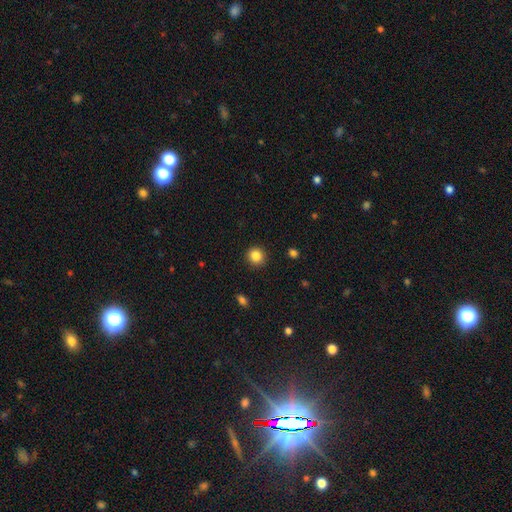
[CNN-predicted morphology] type=smooth (85%); roundness=round (92%); merging=none (91%).